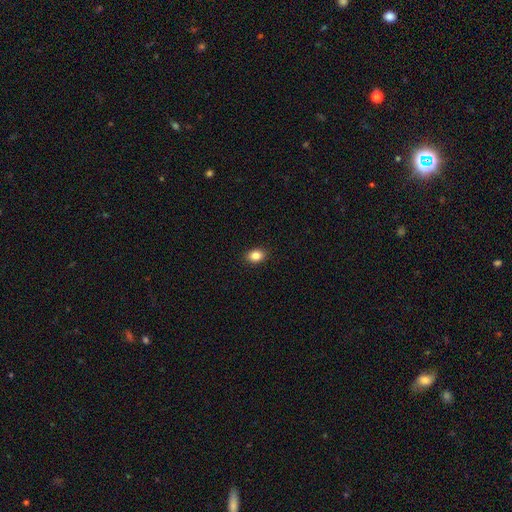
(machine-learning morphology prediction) Smooth or featured: smooth — 85% (star or artifact — 10%)
How rounded: in between — 67% (round — 31%)
Merging: none — 90% (minor disturbance — 7%)